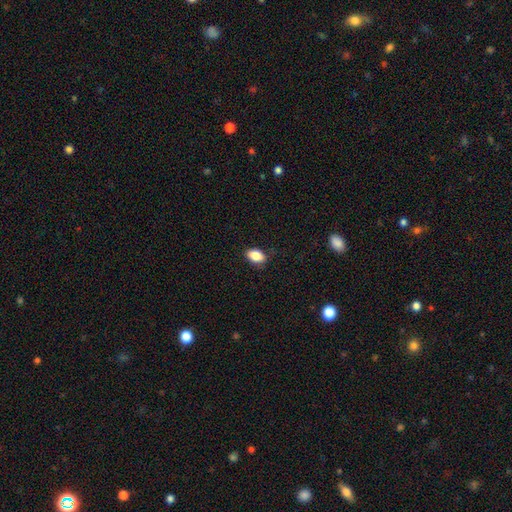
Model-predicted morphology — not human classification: smooth-or-featured: smooth: 86% | star or artifact: 8% | featured or disk: 6%
  how-rounded: in between: 89% | round: 9% | cigar-shaped: 2%
  merging: none: 84% | minor disturbance: 13% | major disturbance: 2% | merger: 1%